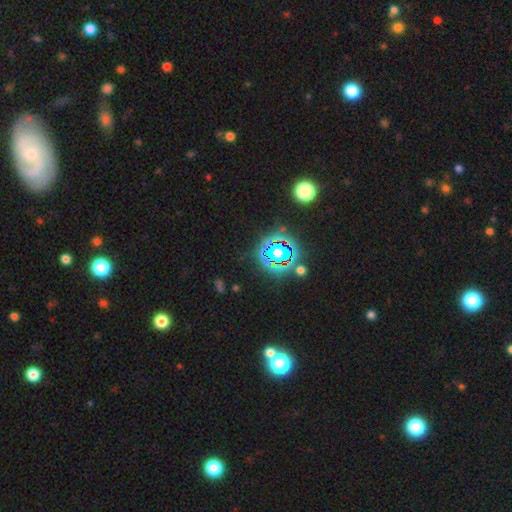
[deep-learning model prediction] Morphology: type=star or artifact (76%).